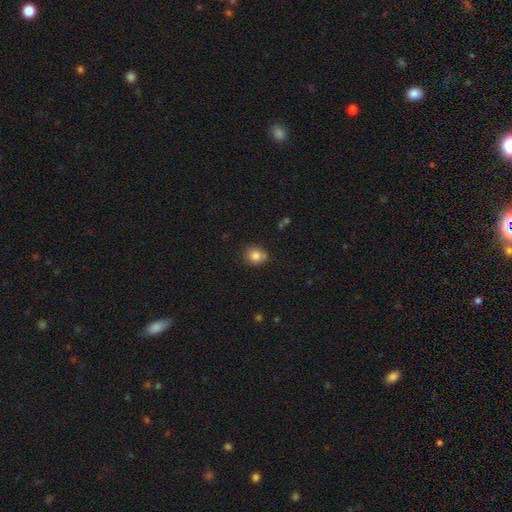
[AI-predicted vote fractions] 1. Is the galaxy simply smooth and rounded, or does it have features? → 84% smooth, 10% star or artifact, 6% featured or disk.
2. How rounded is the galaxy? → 77% round, 22% in between, 1% cigar-shaped.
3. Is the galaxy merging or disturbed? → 78% none, 16% minor disturbance, 3% merger, 3% major disturbance.